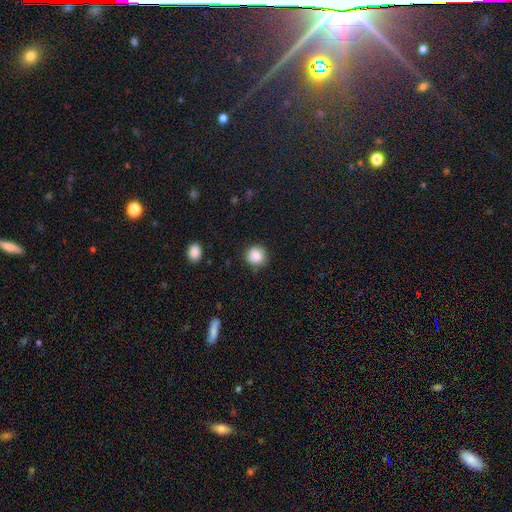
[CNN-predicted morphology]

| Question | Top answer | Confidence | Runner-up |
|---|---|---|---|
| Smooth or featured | smooth | 86% | star or artifact (9%) |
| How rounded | round | 89% | in between (10%) |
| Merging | none | 83% | minor disturbance (13%) |